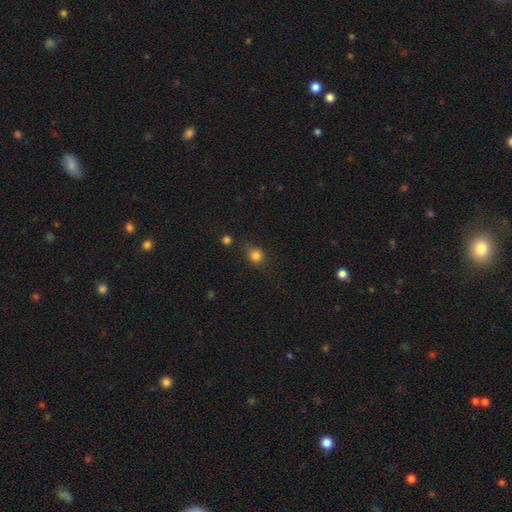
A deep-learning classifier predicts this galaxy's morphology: A smooth galaxy with no disk features (81%) that is round (85%).

Vote fractions:
- Smooth or featured? smooth: 81% / star or artifact: 13% / featured or disk: 6%
- How rounded? round: 85% / in between: 14% / cigar-shaped: 1%
- Merging? none: 66% / minor disturbance: 22% / major disturbance: 7% / merger: 6%